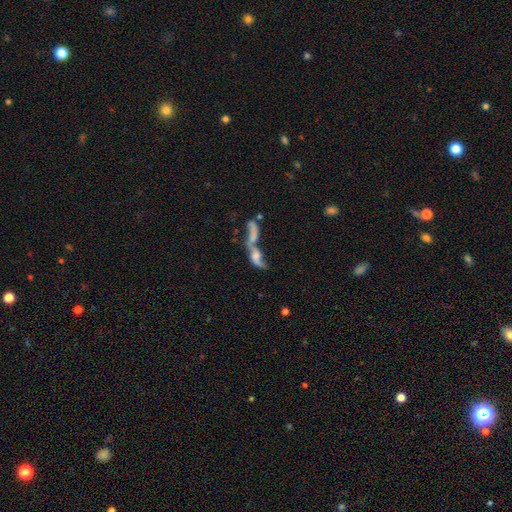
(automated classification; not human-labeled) The model was most divided on "smooth or featured": featured or disk: 50%, smooth: 38%, star or artifact: 12%. More confident: edge-on disk — no (84%); merging — merger (75%).